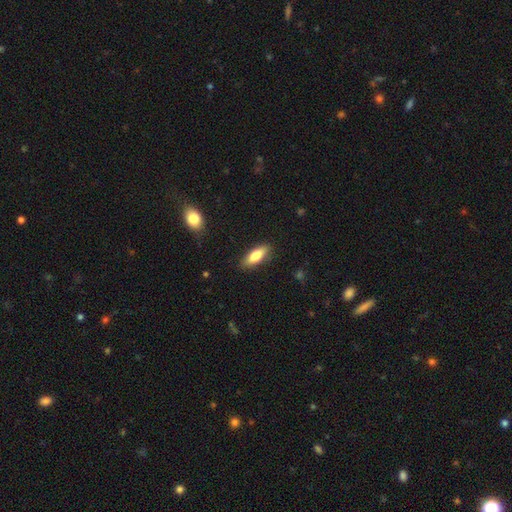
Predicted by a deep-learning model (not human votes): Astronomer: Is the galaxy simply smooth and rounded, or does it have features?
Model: smooth — 76%.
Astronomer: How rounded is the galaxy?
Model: in between — 62%.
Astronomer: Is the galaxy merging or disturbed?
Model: none — 87%.